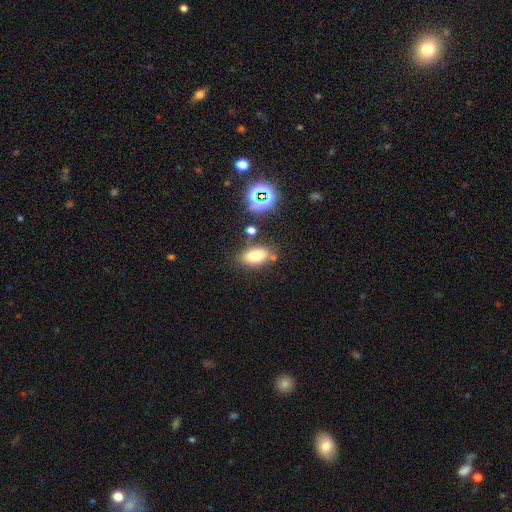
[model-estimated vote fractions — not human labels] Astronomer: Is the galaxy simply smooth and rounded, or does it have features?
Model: smooth — 73%.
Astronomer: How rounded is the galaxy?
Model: in between — 85%.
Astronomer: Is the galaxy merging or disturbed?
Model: none — 73%.